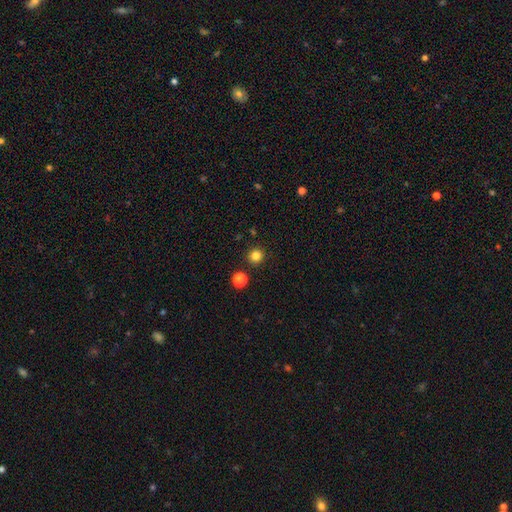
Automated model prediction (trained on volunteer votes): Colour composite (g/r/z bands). It shows a smooth galaxy with no disk features (83%) that is round (94%). Merging: none (91%).